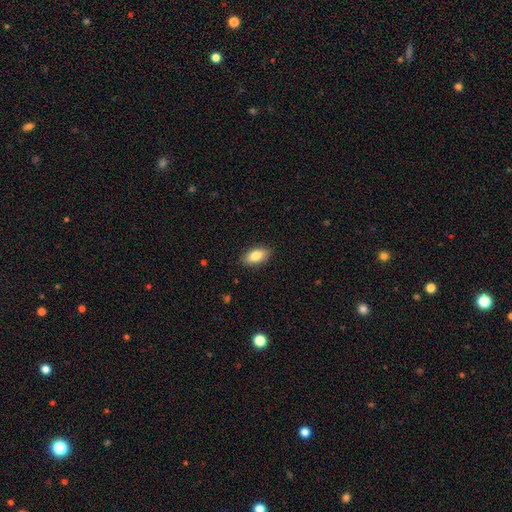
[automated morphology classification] Smooth or featured? Predicted: smooth (p=0.82). How rounded? Predicted: in between (p=0.89). Merging? Predicted: none (p=0.88).